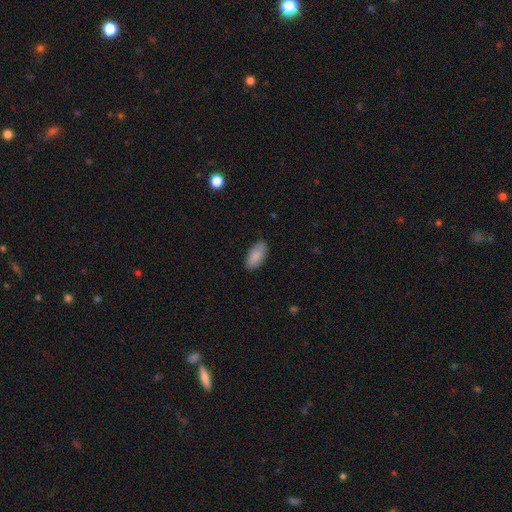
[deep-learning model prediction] Smooth or featured?
  - smooth: 89% *
  - star or artifact: 6%
  - featured or disk: 5%
How rounded?
  - in between: 92% *
  - cigar-shaped: 6%
  - round: 2%
Merging?
  - none: 85% *
  - minor disturbance: 12%
  - major disturbance: 2%
  - merger: 1%